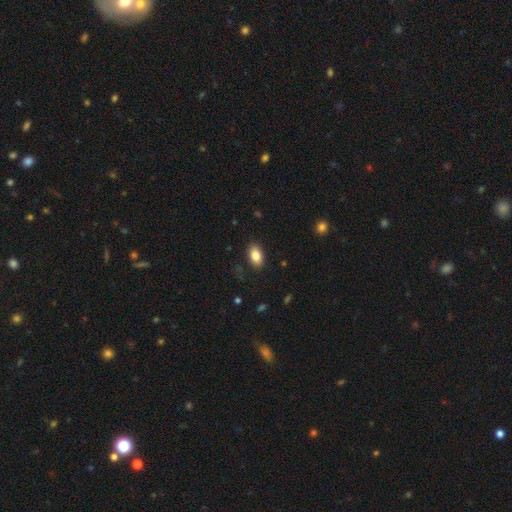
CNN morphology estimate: smooth-or-featured: smooth: 84% | featured or disk: 8% | star or artifact: 8%
  how-rounded: in between: 91% | round: 7% | cigar-shaped: 2%
  merging: none: 87% | minor disturbance: 10% | major disturbance: 2% | merger: 1%